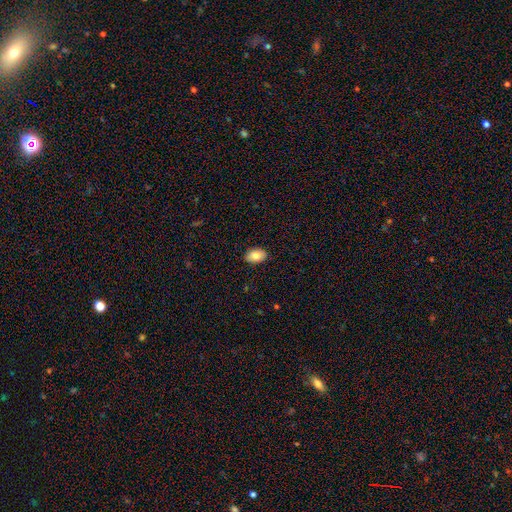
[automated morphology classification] A smooth galaxy with no disk features (82%) that is in between round and cigar-shaped (87%). Merging: none (88%).